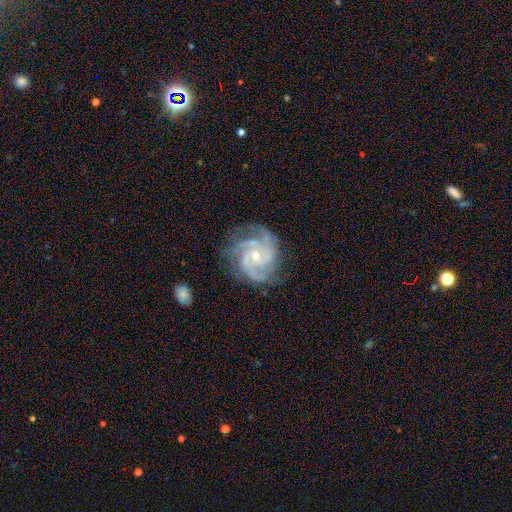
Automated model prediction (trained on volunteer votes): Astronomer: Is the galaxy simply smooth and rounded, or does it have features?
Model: featured or disk — 92%.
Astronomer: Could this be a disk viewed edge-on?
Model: no — 98%.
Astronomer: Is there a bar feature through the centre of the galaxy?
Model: no — 66%.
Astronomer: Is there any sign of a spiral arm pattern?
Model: yes — 98%.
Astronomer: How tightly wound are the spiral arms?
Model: tight — 55% (runner-up: medium, 40%).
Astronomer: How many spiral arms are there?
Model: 3 — 46% (runner-up: 2, 23%).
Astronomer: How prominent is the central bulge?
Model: small — 58% (runner-up: moderate, 39%).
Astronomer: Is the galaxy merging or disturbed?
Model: none — 72%.